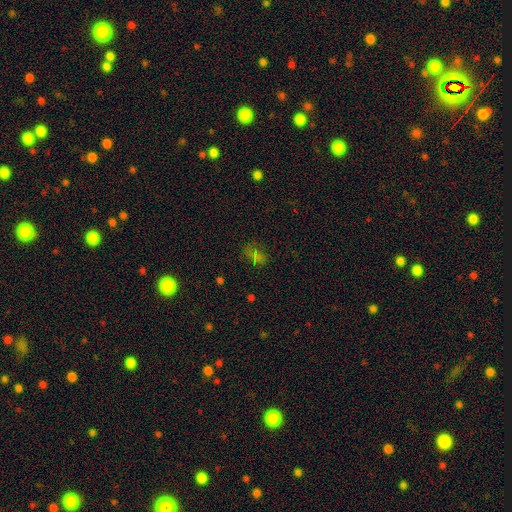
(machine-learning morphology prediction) Smooth or featured?
  - smooth: 52% *
  - star or artifact: 37%
  - featured or disk: 11%
How rounded?
  - in between: 72% *
  - round: 24%
  - cigar-shaped: 4%
Merging?
  - none: 60% *
  - minor disturbance: 21%
  - major disturbance: 13%
  - merger: 6%